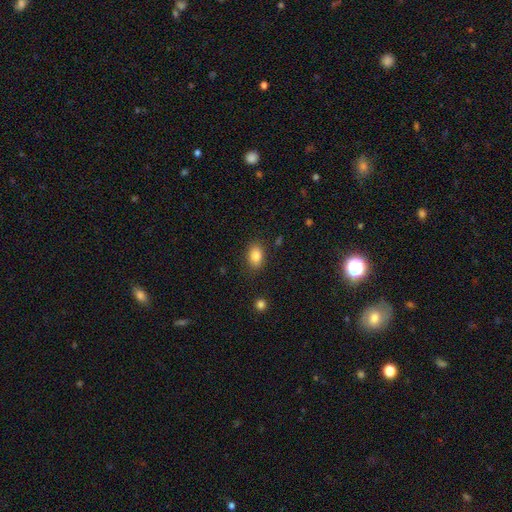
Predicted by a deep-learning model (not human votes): This appears to be a smooth galaxy with no disk features (85%) that is in between round and cigar-shaped (82%). Merging: none (85%).